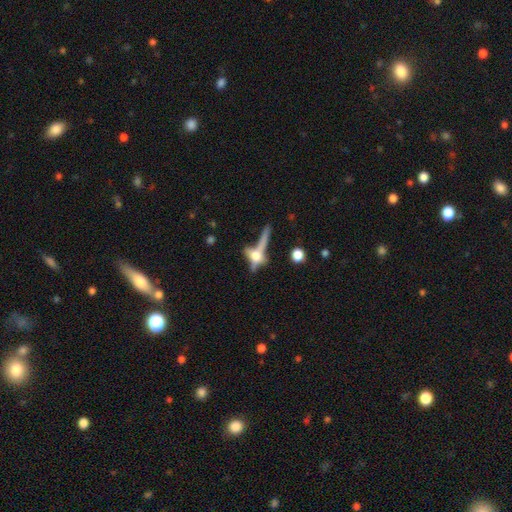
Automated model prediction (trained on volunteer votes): Q: Smooth or featured?
A: featured or disk (45%); runner-up: smooth (43%)
Q: Merging?
A: none (42%); runner-up: merger (25%)